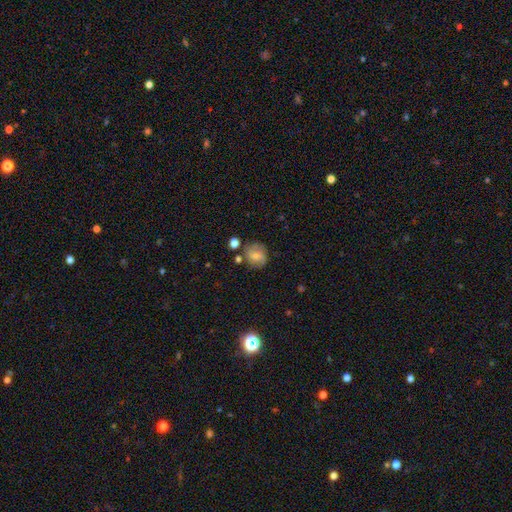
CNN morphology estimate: Smooth or featured?
  - smooth: 67% *
  - featured or disk: 24%
  - star or artifact: 10%
How rounded?
  - round: 79% *
  - in between: 20%
  - cigar-shaped: 1%
Merging?
  - none: 69% *
  - minor disturbance: 18%
  - merger: 7%
  - major disturbance: 6%